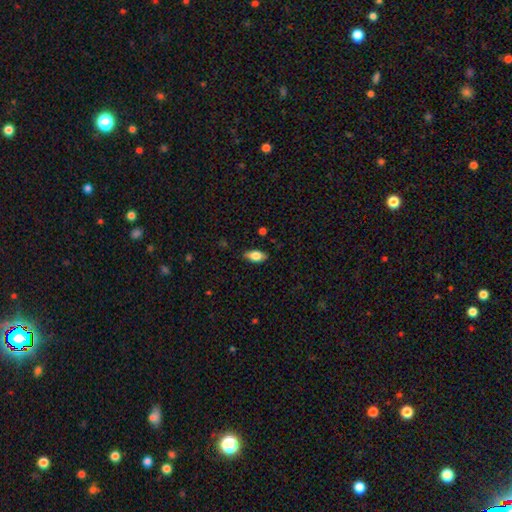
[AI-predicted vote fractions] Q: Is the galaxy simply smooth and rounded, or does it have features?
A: smooth — 77%.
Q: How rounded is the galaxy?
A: in between — 89%.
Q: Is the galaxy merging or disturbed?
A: none — 84%.